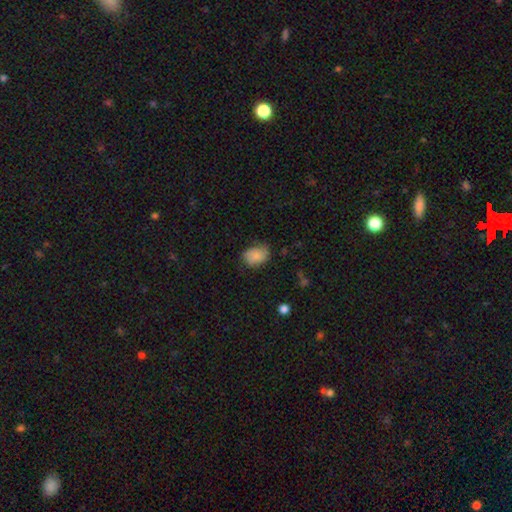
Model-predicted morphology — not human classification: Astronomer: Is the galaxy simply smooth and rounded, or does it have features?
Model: smooth — 83%.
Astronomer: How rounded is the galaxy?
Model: in between — 67%.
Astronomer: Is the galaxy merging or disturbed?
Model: none — 65%.